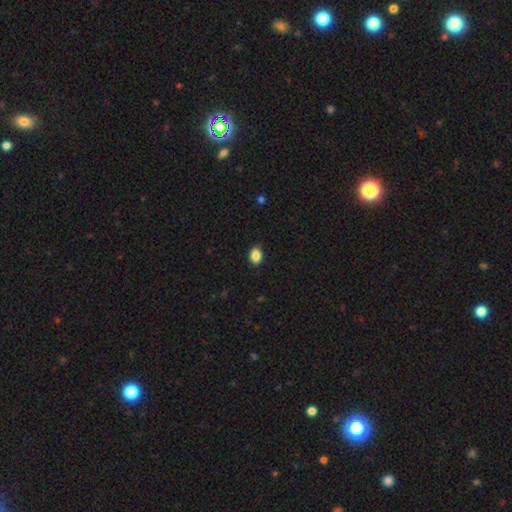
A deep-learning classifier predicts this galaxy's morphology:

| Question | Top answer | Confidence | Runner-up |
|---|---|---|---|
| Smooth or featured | smooth | 87% | star or artifact (9%) |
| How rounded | in between | 75% | round (24%) |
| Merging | none | 80% | minor disturbance (17%) |